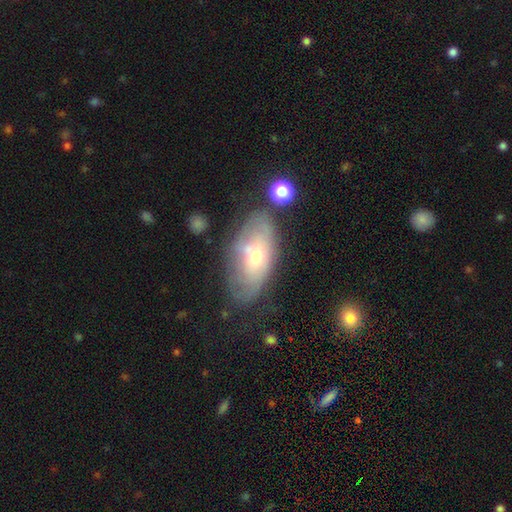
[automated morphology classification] This appears to be a smooth galaxy with no disk features (46%). Merging: none (49%).